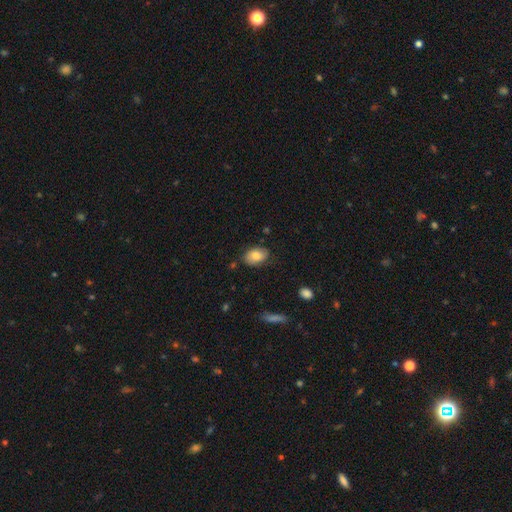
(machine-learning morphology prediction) smooth-or-featured: smooth: 79% | featured or disk: 14% | star or artifact: 7%
  how-rounded: in between: 87% | round: 12% | cigar-shaped: 1%
  merging: none: 79% | minor disturbance: 16% | major disturbance: 3% | merger: 2%